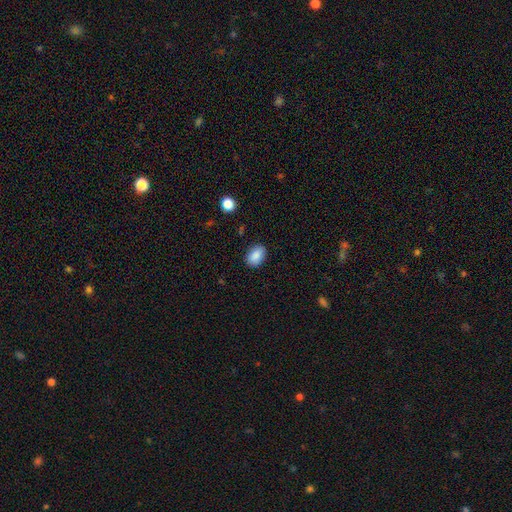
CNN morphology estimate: Q: Smooth or featured?
A: smooth (88%); runner-up: star or artifact (8%)
Q: How rounded?
A: in between (83%); runner-up: round (16%)
Q: Merging?
A: none (86%); runner-up: minor disturbance (10%)